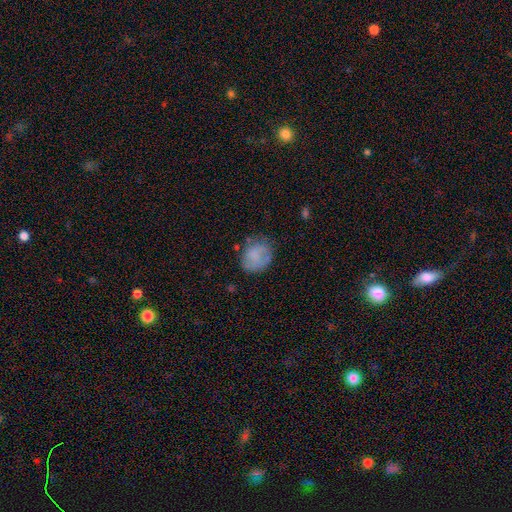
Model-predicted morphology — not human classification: Smooth or featured: smooth — 71% (featured or disk — 21%)
How rounded: round — 59% (in between — 40%)
Merging: none — 60% (minor disturbance — 26%)